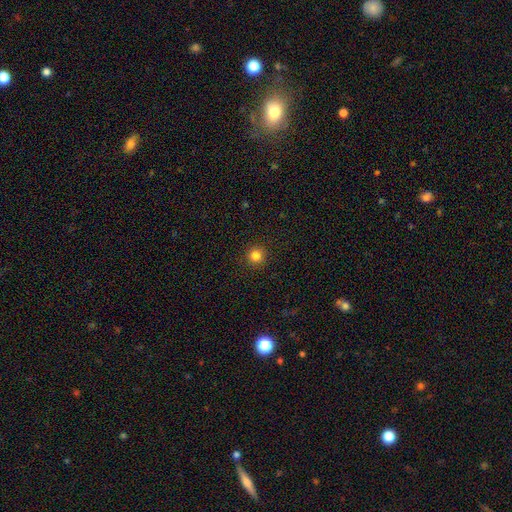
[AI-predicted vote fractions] smooth_or_featured: smooth (p=0.84) [alt: star or artifact p=0.12]
how_rounded: round (p=0.95) [alt: in between p=0.04]
merging: none (p=0.93) [alt: minor disturbance p=0.05]